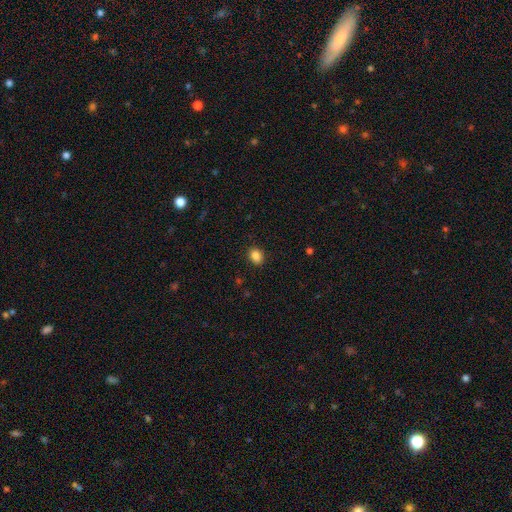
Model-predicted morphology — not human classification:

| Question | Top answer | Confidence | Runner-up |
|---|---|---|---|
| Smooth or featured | smooth | 86% | star or artifact (10%) |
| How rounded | in between | 57% | round (42%) |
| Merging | none | 88% | minor disturbance (8%) |